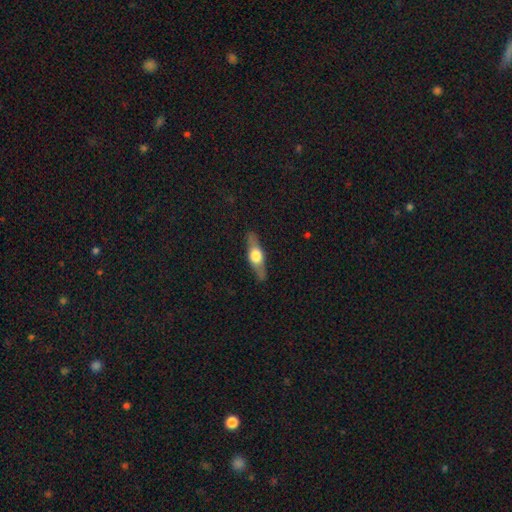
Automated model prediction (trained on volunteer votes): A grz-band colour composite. It shows a featured or disk galaxy (59%) viewed edge-on (92%) with a rounded central bulge (94%). Merging: none (87%).